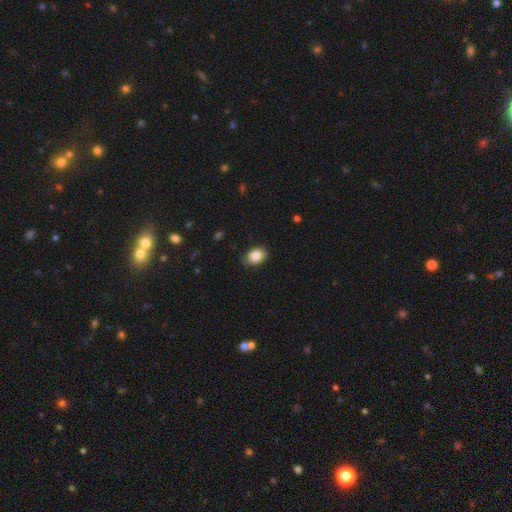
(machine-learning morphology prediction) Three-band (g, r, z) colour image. It shows a smooth galaxy with no disk features (86%) that is in between round and cigar-shaped (77%). Merging: none (85%).